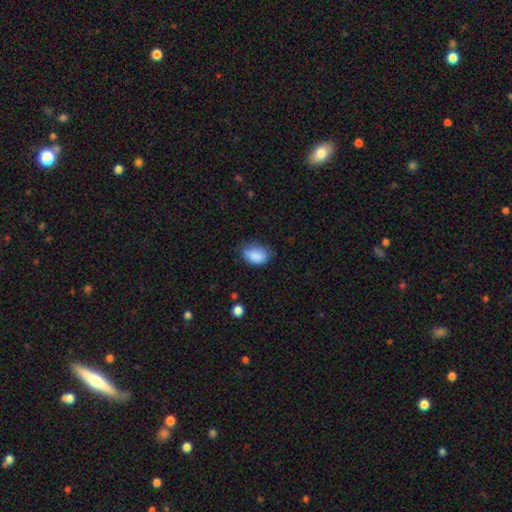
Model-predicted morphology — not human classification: type=smooth (86%); roundness=in between (84%); merging=none (56%).